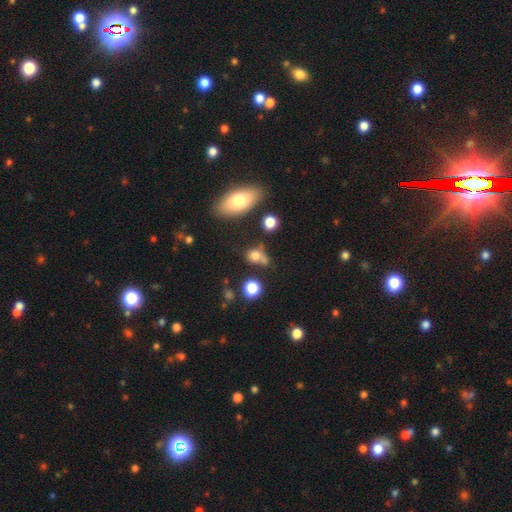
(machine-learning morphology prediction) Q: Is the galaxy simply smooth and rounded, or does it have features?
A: smooth — 76%.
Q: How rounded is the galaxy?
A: round — 57%.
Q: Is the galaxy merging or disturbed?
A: none — 44%.